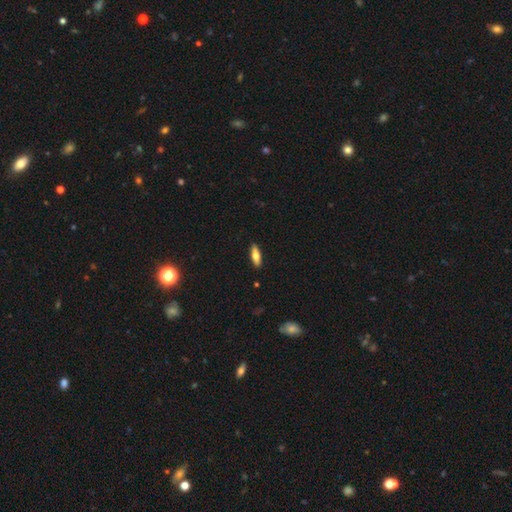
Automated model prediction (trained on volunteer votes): Smooth or featured: smooth — 60% (featured or disk — 34%)
How rounded: in between — 51% (cigar-shaped — 46%)
Merging: none — 90% (minor disturbance — 8%)